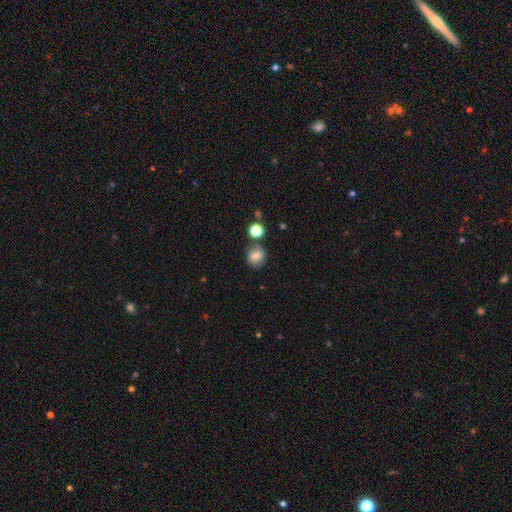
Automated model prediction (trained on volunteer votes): A smooth galaxy with no disk features (76%) that is round (77%). Merging: none (70%).